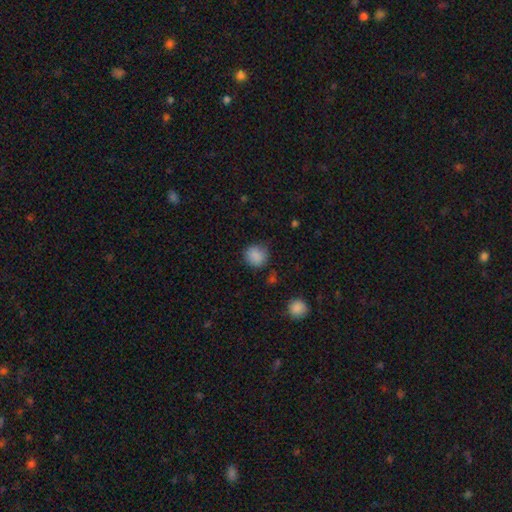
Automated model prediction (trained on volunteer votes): The model was most divided on "merging": none: 77%, minor disturbance: 16%, major disturbance: 4%, merger: 2%. More confident: smooth or featured — smooth (86%); how rounded — round (84%).